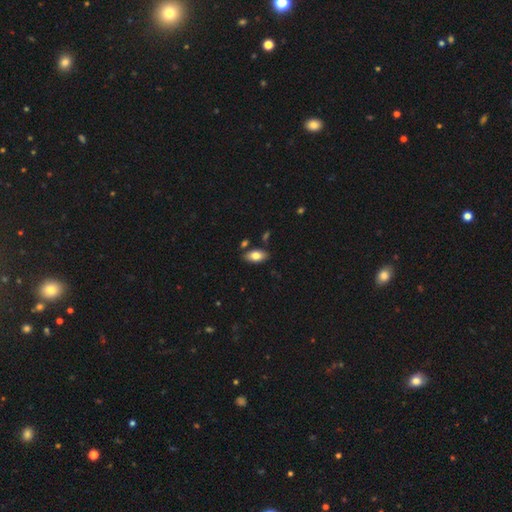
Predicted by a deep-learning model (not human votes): Smooth or featured? smooth (79%)
How rounded? in between (92%)
Merging? none (83%)